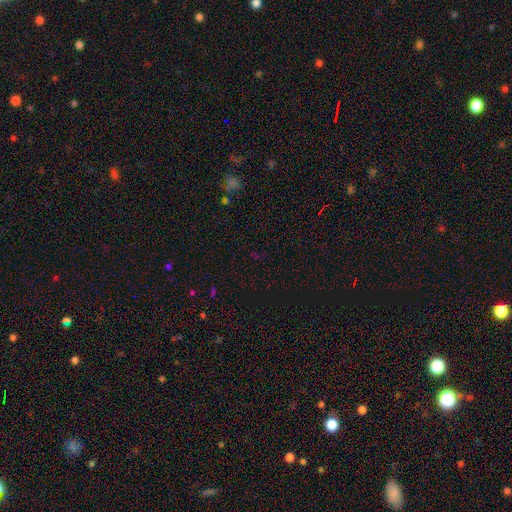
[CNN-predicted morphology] star or artifact 70%, smooth 23%, featured or disk 7%.